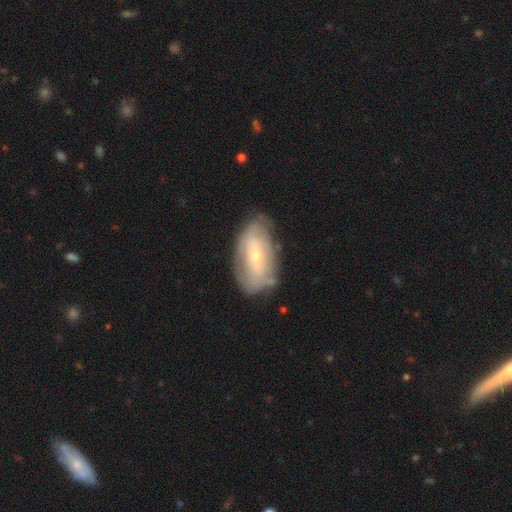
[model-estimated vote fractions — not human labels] The model was most divided on "spiral arms": yes: 57%, no: 43%. Remaining: edge-on disk — no (91%); merging — none (66%); bulge size — small (64%); smooth or featured — featured or disk (62%); bar — no (49%).